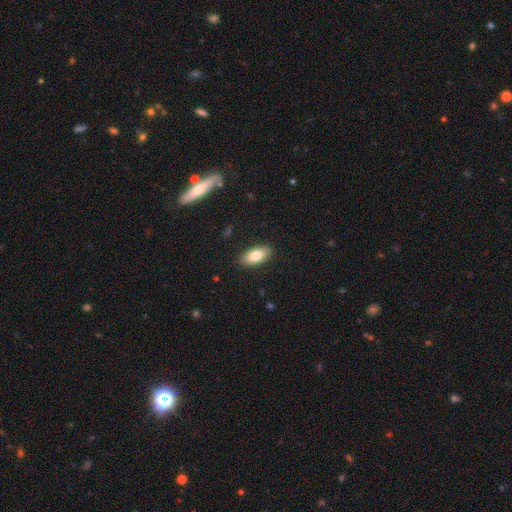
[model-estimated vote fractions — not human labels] Smooth or featured? Predicted: smooth (p=0.79). How rounded? Predicted: in between (p=0.88). Merging? Predicted: none (p=0.89).